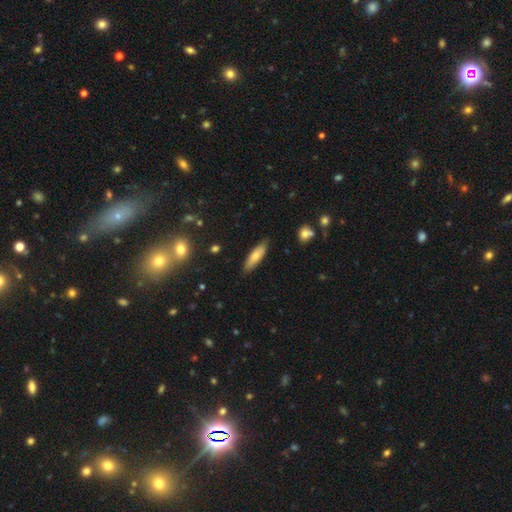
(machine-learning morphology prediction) Smooth or featured?
  - smooth: 71% *
  - featured or disk: 22%
  - star or artifact: 7%
How rounded?
  - cigar-shaped: 60% *
  - in between: 38%
  - round: 2%
Merging?
  - none: 85% *
  - minor disturbance: 12%
  - major disturbance: 2%
  - merger: 1%